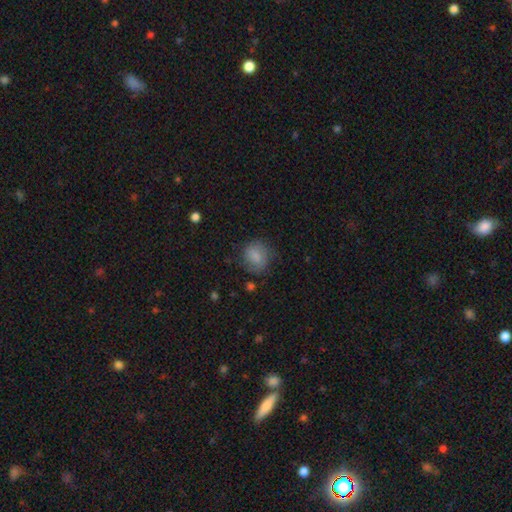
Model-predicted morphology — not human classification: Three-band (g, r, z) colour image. It shows a smooth galaxy with no disk features (79%) that is round (70%). Merging: none (69%).